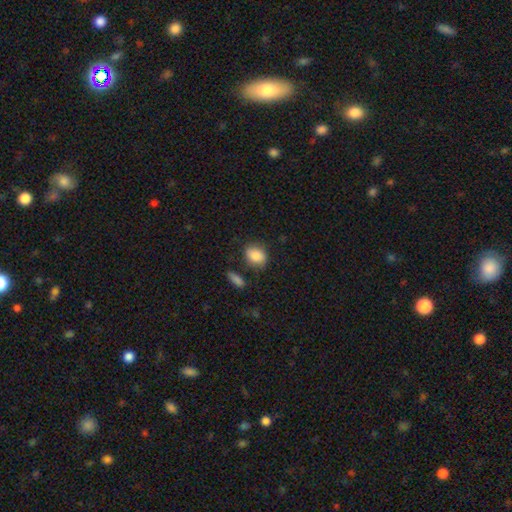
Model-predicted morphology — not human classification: A smooth galaxy with no disk features (86%) that is in between round and cigar-shaped (63%).

Vote fractions:
- Smooth or featured? smooth: 86% / star or artifact: 8% / featured or disk: 6%
- How rounded? in between: 63% / round: 36% / cigar-shaped: 1%
- Merging? none: 68% / minor disturbance: 20% / merger: 6% / major disturbance: 6%